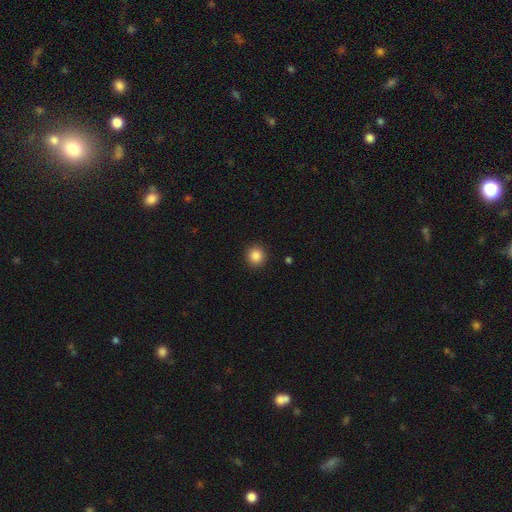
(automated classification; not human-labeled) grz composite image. It shows a smooth galaxy with no disk features (86%) that is round (92%). Merging: none (92%).